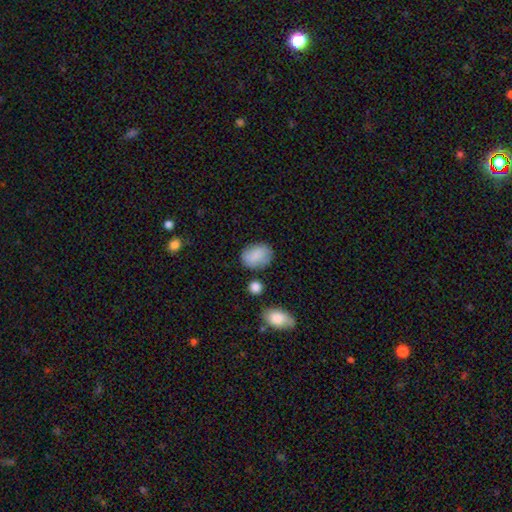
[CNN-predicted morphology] smooth-or-featured: smooth: 82% | featured or disk: 10% | star or artifact: 8%
  how-rounded: in between: 73% | round: 26% | cigar-shaped: 1%
  merging: none: 74% | minor disturbance: 17% | merger: 5% | major disturbance: 4%